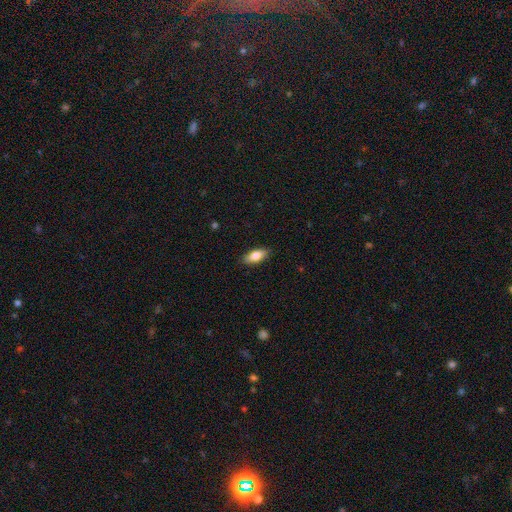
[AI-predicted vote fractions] A smooth galaxy with no disk features (77%) that is in between round and cigar-shaped (79%). Merging: none (88%).